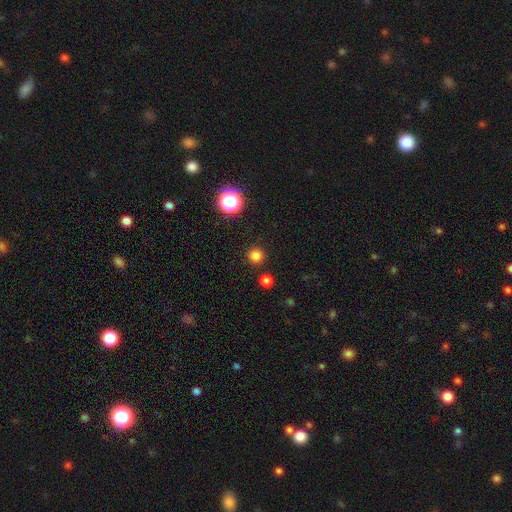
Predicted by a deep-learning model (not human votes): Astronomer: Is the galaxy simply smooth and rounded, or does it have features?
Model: smooth — 79%.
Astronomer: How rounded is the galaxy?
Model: round — 96%.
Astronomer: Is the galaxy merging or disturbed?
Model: none — 91%.